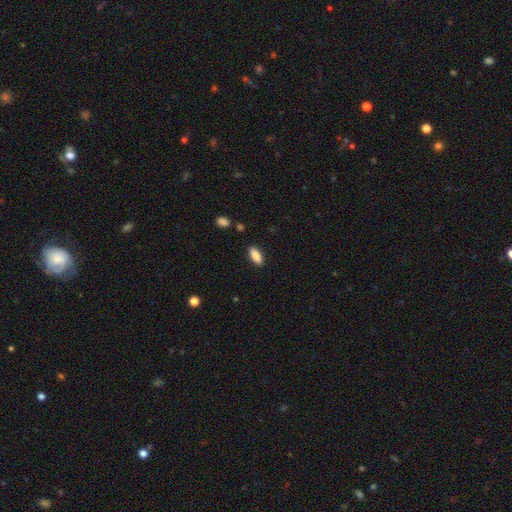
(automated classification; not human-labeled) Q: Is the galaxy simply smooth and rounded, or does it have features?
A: smooth — 85%.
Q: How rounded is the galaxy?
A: in between — 80%.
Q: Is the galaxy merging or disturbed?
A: none — 88%.